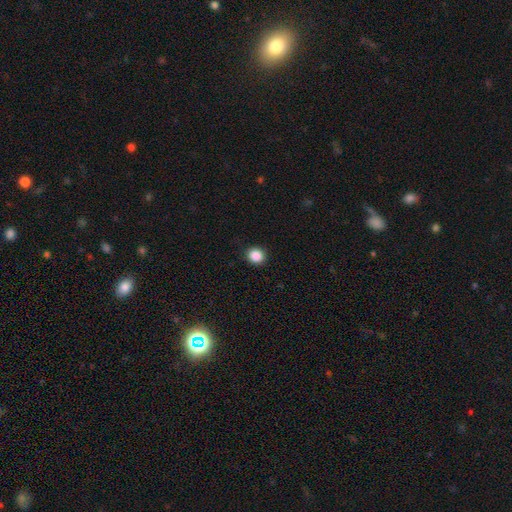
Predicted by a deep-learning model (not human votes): smooth_or_featured: smooth (p=0.88) [alt: star or artifact p=0.10]
how_rounded: round (p=0.87) [alt: in between p=0.12]
merging: none (p=0.91) [alt: minor disturbance p=0.06]